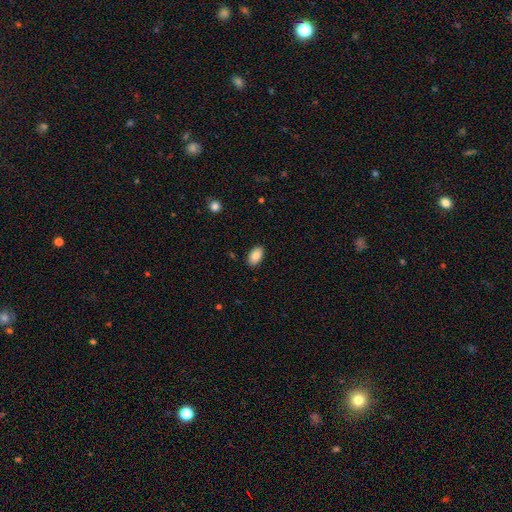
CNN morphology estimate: A smooth galaxy with no disk features (87%) that is in between round and cigar-shaped (94%). Merging: none (88%).